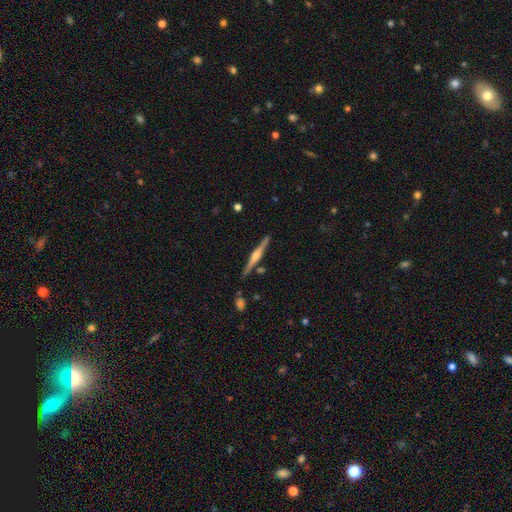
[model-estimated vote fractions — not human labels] A featured or disk galaxy (79%) viewed edge-on (98%) with a rounded central bulge (76%). Merging: none (88%).